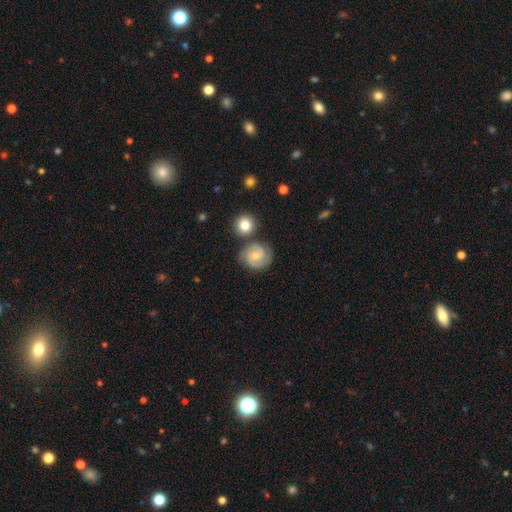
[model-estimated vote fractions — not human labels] Smooth or featured: featured or disk — 70% (smooth — 22%)
Edge-on disk: no — 98% (yes — 2%)
Bar: no — 60% (weak — 35%)
Spiral arms: yes — 94% (no — 6%)
Spiral winding: tight — 47% (medium — 42%)
Spiral arm count: 2 — 78% (can't tell — 9%)
Bulge size: small — 51% (moderate — 44%)
Merging: none — 72% (minor disturbance — 15%)